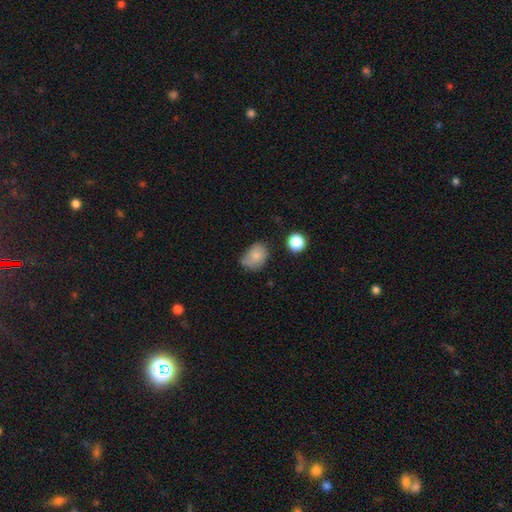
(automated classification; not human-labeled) Smooth or featured? Predicted: smooth (p=0.78). How rounded? Predicted: in between (p=0.62). Merging? Predicted: none (p=0.45).